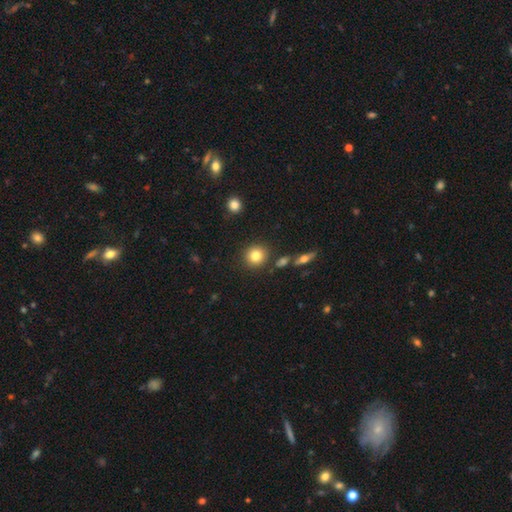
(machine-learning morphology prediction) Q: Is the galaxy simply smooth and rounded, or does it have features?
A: smooth — 82%.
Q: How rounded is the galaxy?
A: round — 90%.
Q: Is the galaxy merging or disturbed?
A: none — 85%.